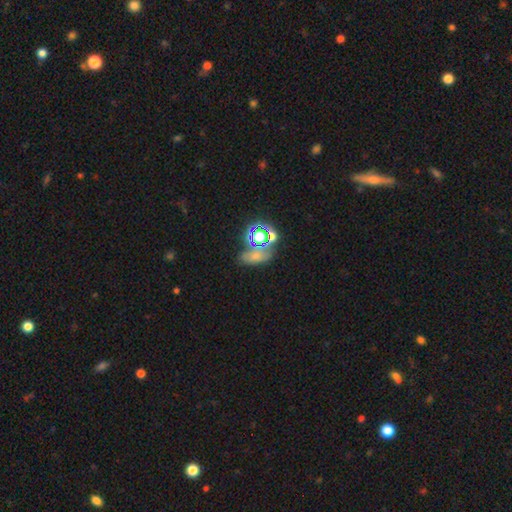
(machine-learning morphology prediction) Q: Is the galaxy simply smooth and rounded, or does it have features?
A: smooth — 47%.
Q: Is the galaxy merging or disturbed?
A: none — 54%.